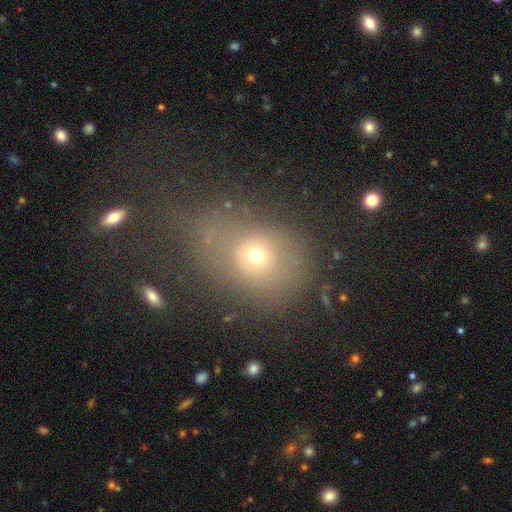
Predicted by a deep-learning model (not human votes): A smooth galaxy with no disk features (62%) that is round (64%). Merging: none (34%, tied with major disturbance).